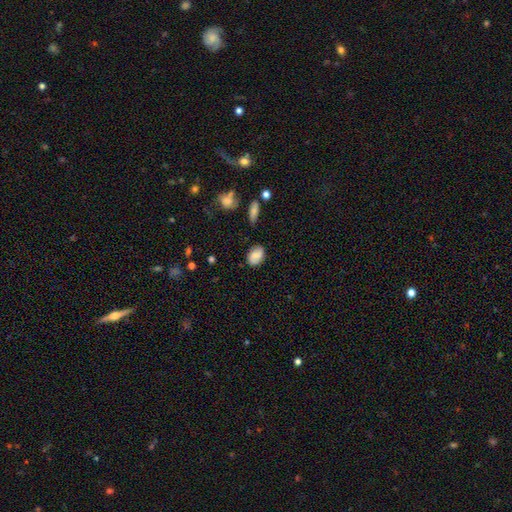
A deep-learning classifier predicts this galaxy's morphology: Q: Smooth or featured?
A: smooth (66%); runner-up: featured or disk (26%)
Q: How rounded?
A: in between (75%); runner-up: round (24%)
Q: Merging?
A: none (76%); runner-up: minor disturbance (17%)